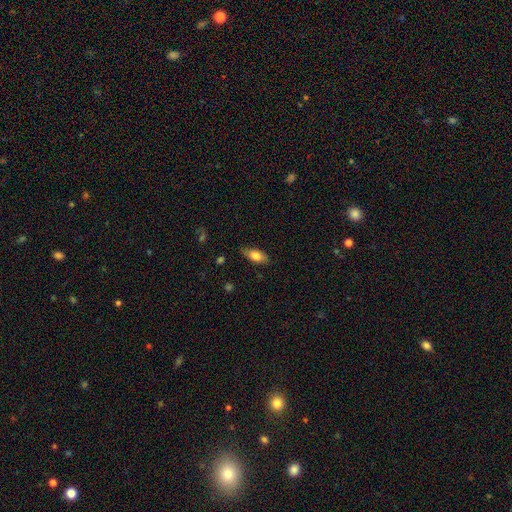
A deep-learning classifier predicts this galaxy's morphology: The model was most divided on "smooth or featured": smooth: 78%, featured or disk: 15%, star or artifact: 7%. More confident: how rounded — in between (83%); merging — none (81%).